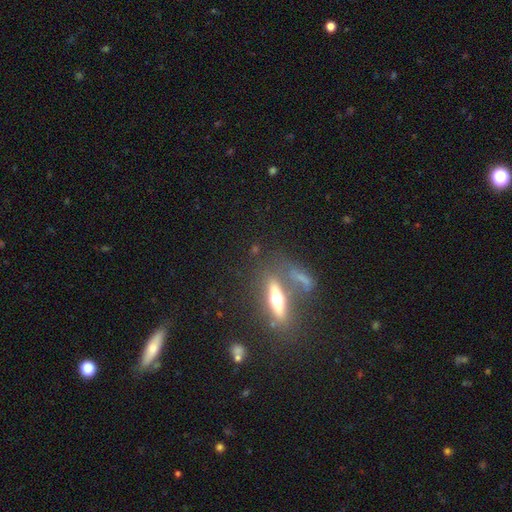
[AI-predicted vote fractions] Smooth or featured?
  - featured or disk: 56% *
  - smooth: 29%
  - star or artifact: 15%
Edge-on disk?
  - yes: 77% *
  - no: 23%
Merging?
  - none: 59% *
  - merger: 24%
  - minor disturbance: 11%
  - major disturbance: 6%